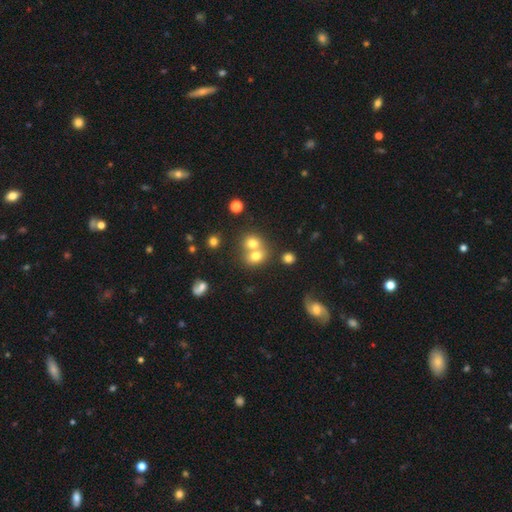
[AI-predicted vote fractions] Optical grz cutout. It shows a smooth galaxy with no disk features (71%) that is round (66%). Merging: merger (58%).